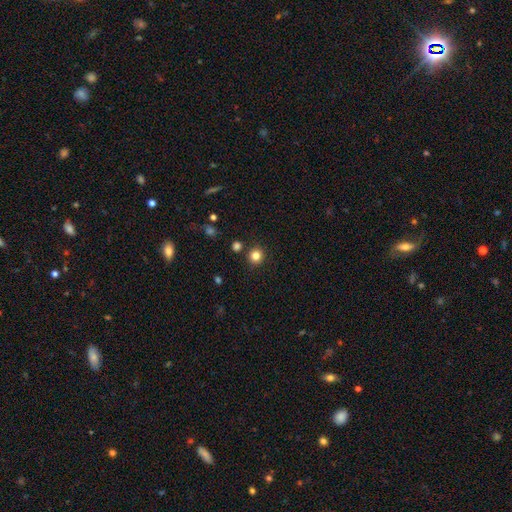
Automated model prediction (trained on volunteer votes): Smooth or featured?
  - smooth: 82% *
  - star or artifact: 13%
  - featured or disk: 5%
How rounded?
  - round: 93% *
  - in between: 6%
  - cigar-shaped: 1%
Merging?
  - none: 89% *
  - minor disturbance: 6%
  - merger: 3%
  - major disturbance: 2%